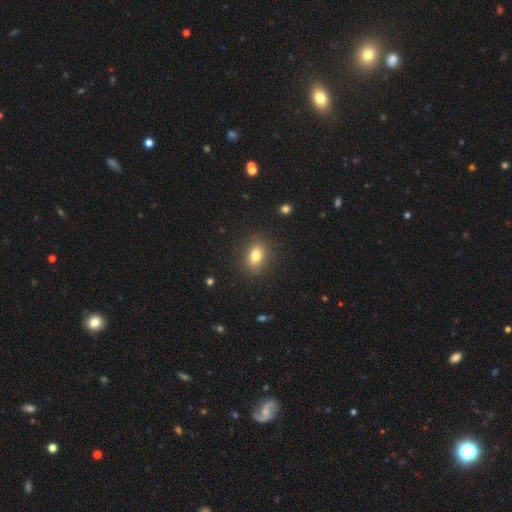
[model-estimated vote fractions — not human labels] smooth-or-featured: smooth: 78% | featured or disk: 12% | star or artifact: 10%
  how-rounded: in between: 77% | round: 19% | cigar-shaped: 4%
  merging: none: 85% | minor disturbance: 10% | major disturbance: 3% | merger: 1%